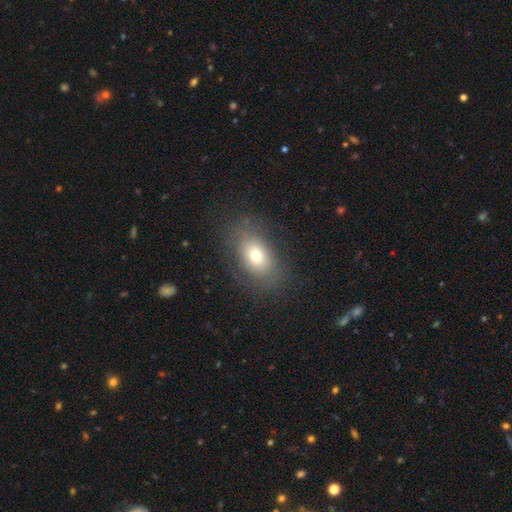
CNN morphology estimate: The model was most divided on "smooth or featured": smooth: 70%, featured or disk: 18%, star or artifact: 12%. More confident: how rounded — in between (79%); merging — none (78%).